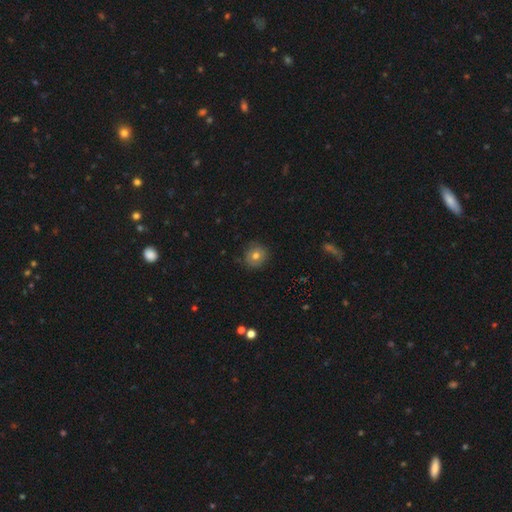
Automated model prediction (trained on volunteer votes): Overall: smooth (72%). How rounded: round (90%). Merging: none (83%).